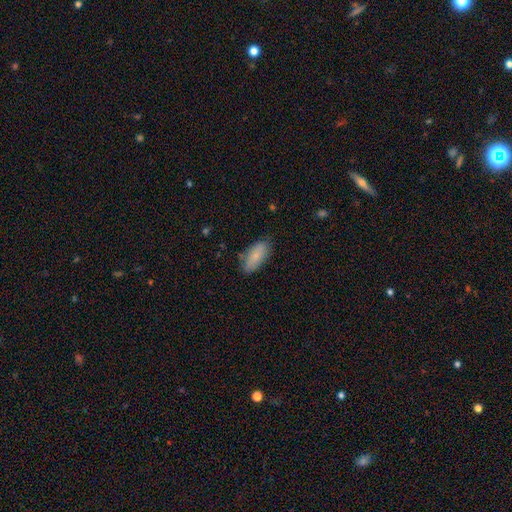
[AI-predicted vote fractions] This is clearly a smooth galaxy (82%). How rounded: clearly in between (85%). Merging: likely none (79%).